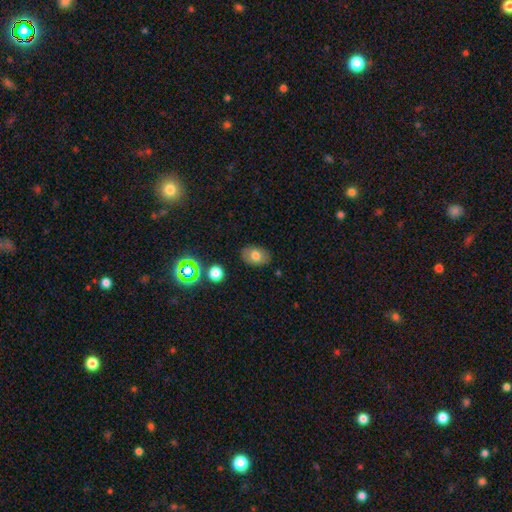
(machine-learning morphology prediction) A smooth galaxy with no disk features (74%) that is in between round and cigar-shaped (81%).

Vote fractions:
- Smooth or featured? smooth: 74% / featured or disk: 15% / star or artifact: 11%
- How rounded? in between: 81% / round: 18% / cigar-shaped: 1%
- Merging? none: 84% / minor disturbance: 11% / major disturbance: 3% / merger: 2%